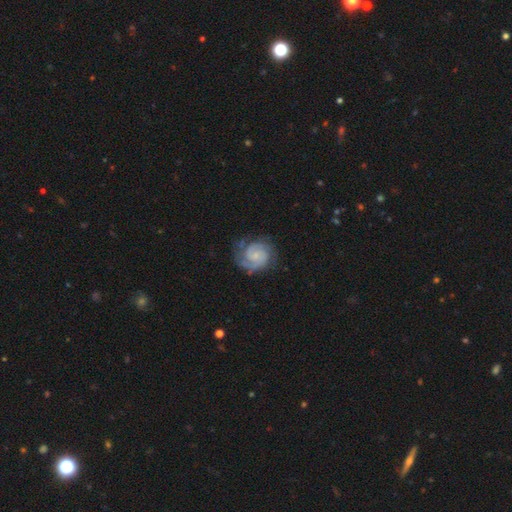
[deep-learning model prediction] Smooth or featured? Predicted: featured or disk (p=0.84). Edge-on disk? Predicted: no (p=0.98). Bar? Predicted: no (p=0.67). Spiral arms? Predicted: yes (p=0.97). Spiral winding? Predicted: tight (p=0.62). Spiral arm count? Predicted: 2 (p=0.62). Bulge size? Predicted: small (p=0.69). Merging? Predicted: none (p=0.71).